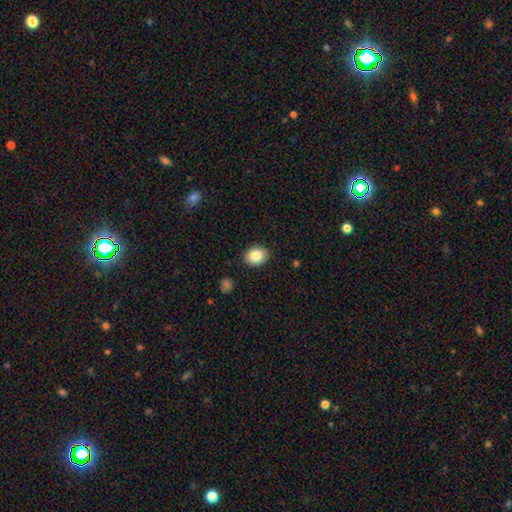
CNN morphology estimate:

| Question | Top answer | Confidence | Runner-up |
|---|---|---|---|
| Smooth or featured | smooth | 86% | star or artifact (8%) |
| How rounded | in between | 54% | round (45%) |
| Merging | none | 88% | minor disturbance (8%) |